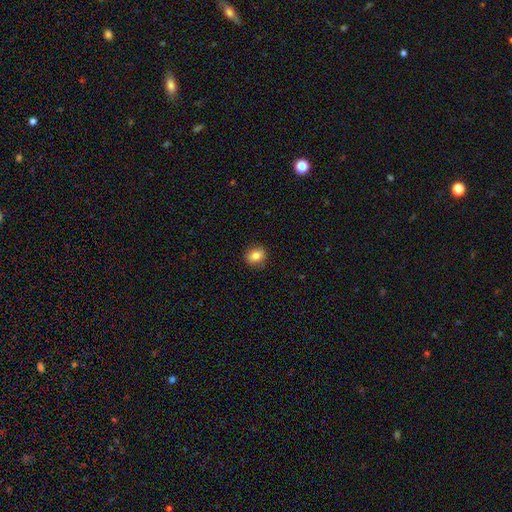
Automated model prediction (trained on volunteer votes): Smooth or featured: smooth — 83% (star or artifact — 9%)
How rounded: round — 65% (in between — 34%)
Merging: none — 88% (minor disturbance — 9%)